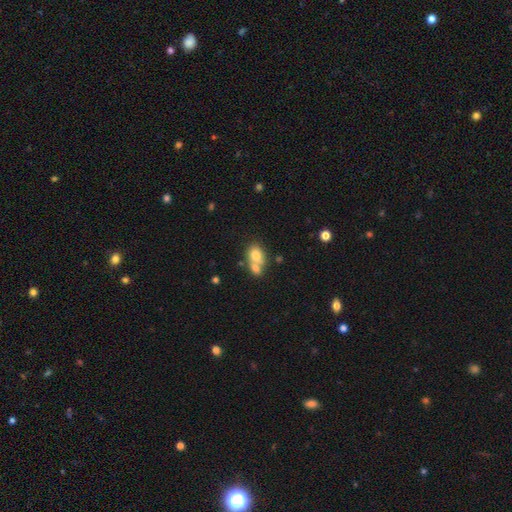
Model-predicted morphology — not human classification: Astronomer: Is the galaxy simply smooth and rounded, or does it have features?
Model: smooth — 74%.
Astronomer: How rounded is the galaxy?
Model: in between — 64%.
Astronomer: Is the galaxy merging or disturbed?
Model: merger — 58%.